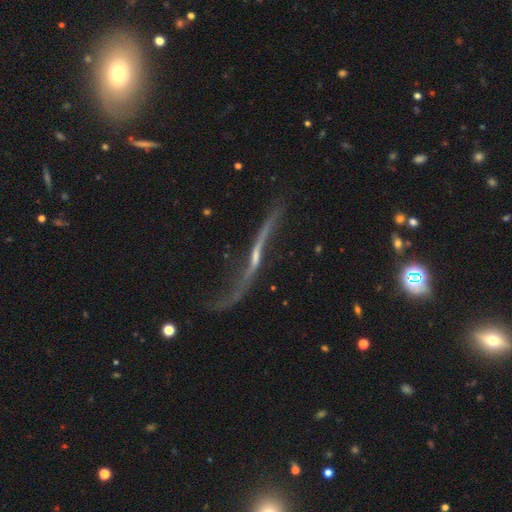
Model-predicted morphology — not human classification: Smooth or featured? Predicted: featured or disk (p=0.84). Edge-on disk? Predicted: no (p=0.51). Merging? Predicted: none (p=0.44).